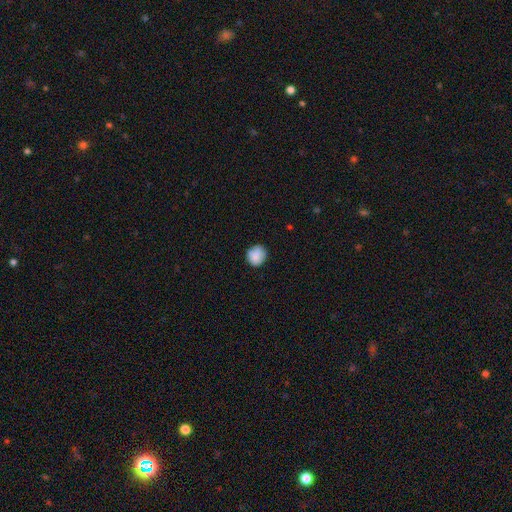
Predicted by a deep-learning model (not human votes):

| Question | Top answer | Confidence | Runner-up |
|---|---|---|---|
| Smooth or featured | smooth | 84% | star or artifact (8%) |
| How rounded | round | 83% | in between (16%) |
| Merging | none | 78% | minor disturbance (17%) |